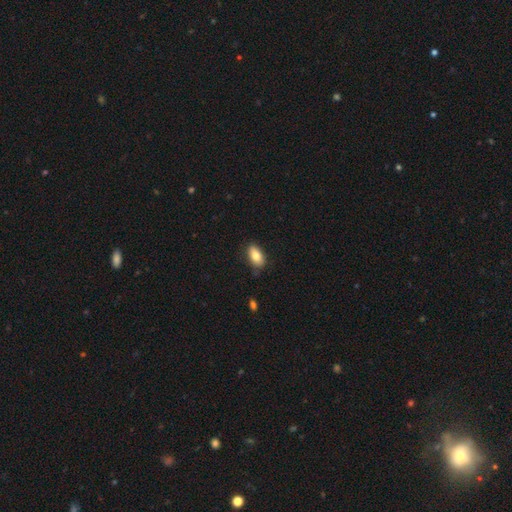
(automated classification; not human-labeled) This appears to be a smooth galaxy with no disk features (81%) that is in between round and cigar-shaped (91%). Merging: none (78%).